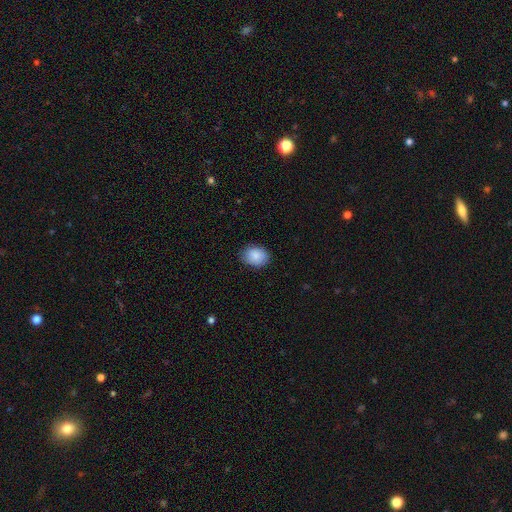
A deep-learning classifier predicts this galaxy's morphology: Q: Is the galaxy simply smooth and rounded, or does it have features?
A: smooth — 87%.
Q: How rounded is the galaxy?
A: in between — 67%.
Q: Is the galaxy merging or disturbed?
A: none — 83%.